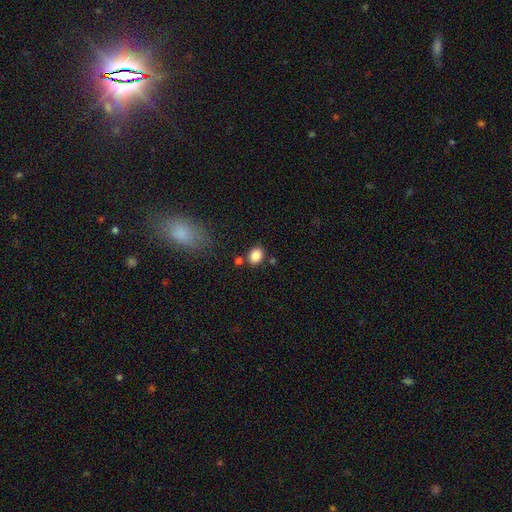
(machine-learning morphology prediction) A smooth galaxy with no disk features (85%) that is in between round and cigar-shaped (57%). Merging: none (77%).